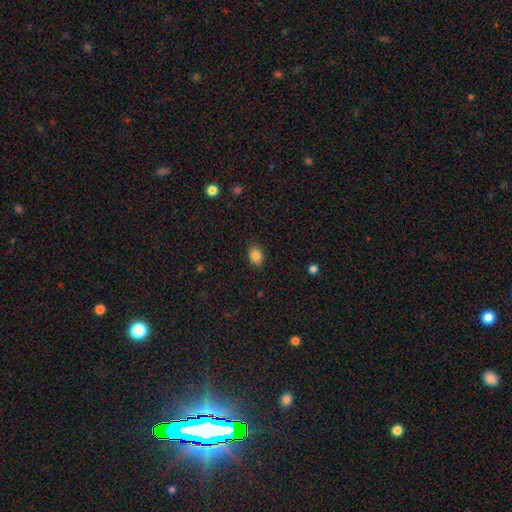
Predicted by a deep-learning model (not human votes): smooth 85%, star or artifact 10%, featured or disk 6%. Down the decision tree: how rounded — in between (69%); merging — none (87%).